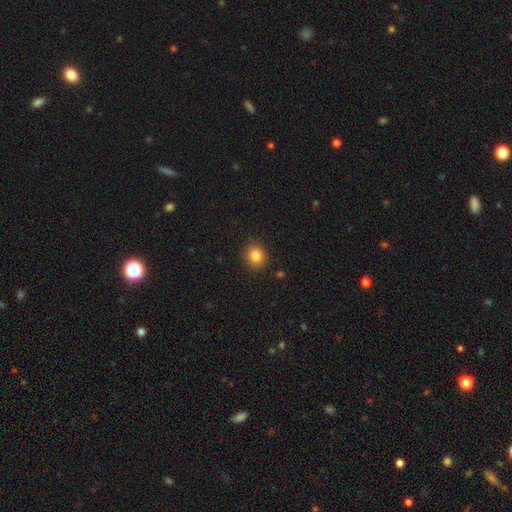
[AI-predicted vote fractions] smooth-or-featured: smooth: 84% | star or artifact: 11% | featured or disk: 5%
  how-rounded: round: 81% | in between: 18% | cigar-shaped: 1%
  merging: none: 89% | minor disturbance: 7% | major disturbance: 2% | merger: 1%